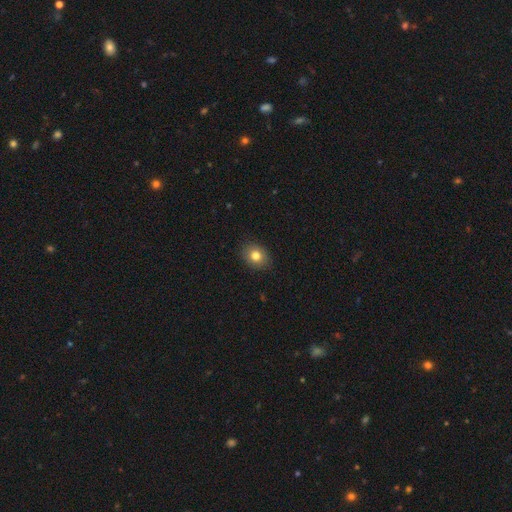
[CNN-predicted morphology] smooth_or_featured: smooth (p=0.80) [alt: star or artifact p=0.10]
how_rounded: round (p=0.50) [alt: in between p=0.49]
merging: none (p=0.88) [alt: minor disturbance p=0.09]